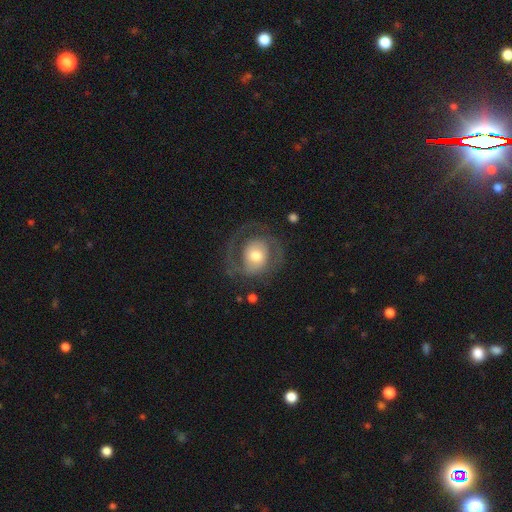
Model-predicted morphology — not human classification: A featured or disk galaxy (64%) with no bar (66%), spiral arms (73%) and a moderate central bulge (65%). Merging: none (62%).